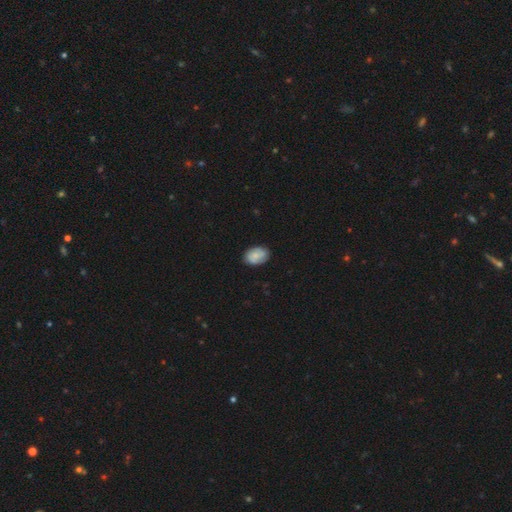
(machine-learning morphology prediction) type=smooth (71%); roundness=in between (84%); merging=none (81%).